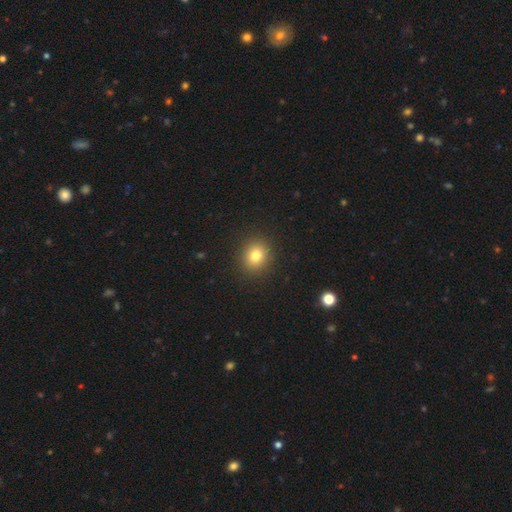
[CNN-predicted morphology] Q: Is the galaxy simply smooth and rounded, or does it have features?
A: smooth — 81%.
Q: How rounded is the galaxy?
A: round — 71%.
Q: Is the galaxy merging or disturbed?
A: none — 90%.